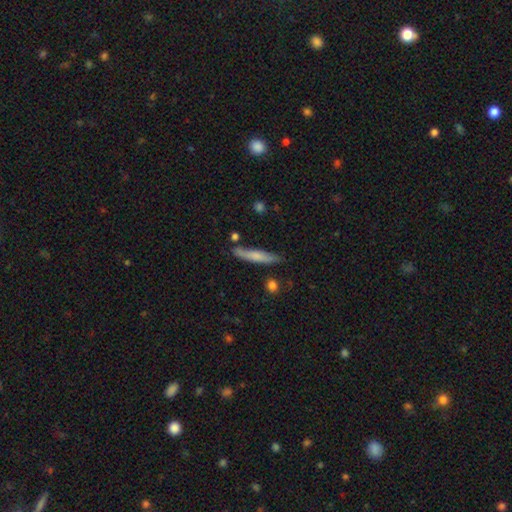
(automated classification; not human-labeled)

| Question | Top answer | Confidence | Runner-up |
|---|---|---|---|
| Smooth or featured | smooth | 64% | featured or disk (30%) |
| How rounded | cigar-shaped | 90% | in between (9%) |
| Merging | none | 78% | minor disturbance (15%) |